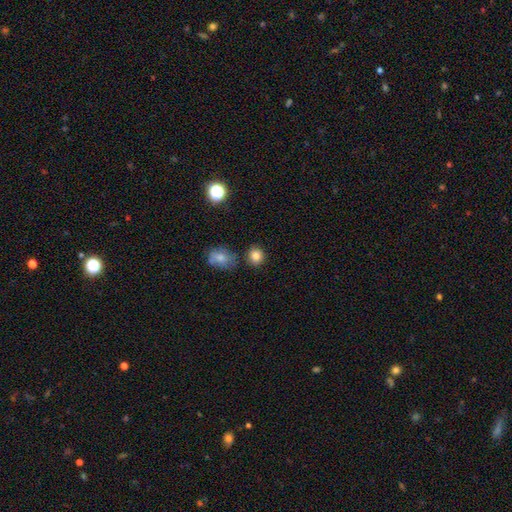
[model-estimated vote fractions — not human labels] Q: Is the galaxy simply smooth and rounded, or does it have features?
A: smooth — 83%.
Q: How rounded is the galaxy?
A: round — 81%.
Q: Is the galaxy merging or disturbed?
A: none — 78%.